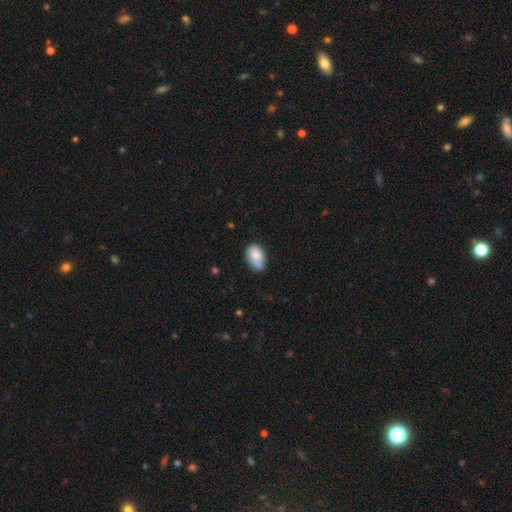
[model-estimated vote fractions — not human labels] Morphology: type=smooth (75%); roundness=in between (87%); merging=none (51%).